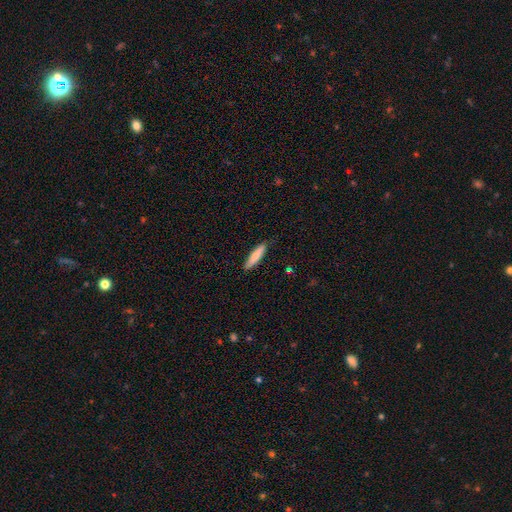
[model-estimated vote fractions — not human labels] The model was most divided on "how rounded": cigar-shaped: 82%, in between: 17%, round: 1%. More confident: merging — none (86%); smooth or featured — smooth (82%).